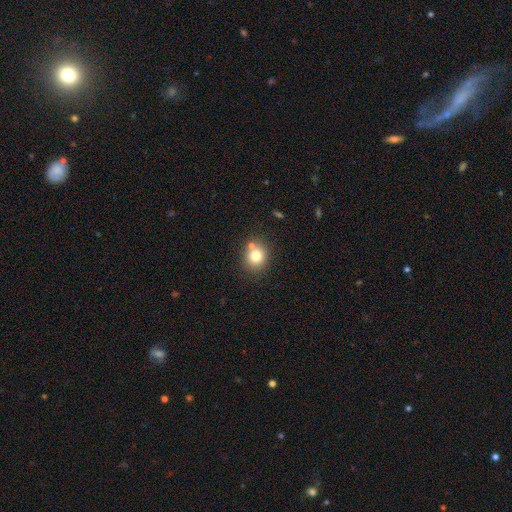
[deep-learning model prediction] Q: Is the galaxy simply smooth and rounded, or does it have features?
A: smooth — 78%.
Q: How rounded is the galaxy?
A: round — 73%.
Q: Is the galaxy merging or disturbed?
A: none — 70%.